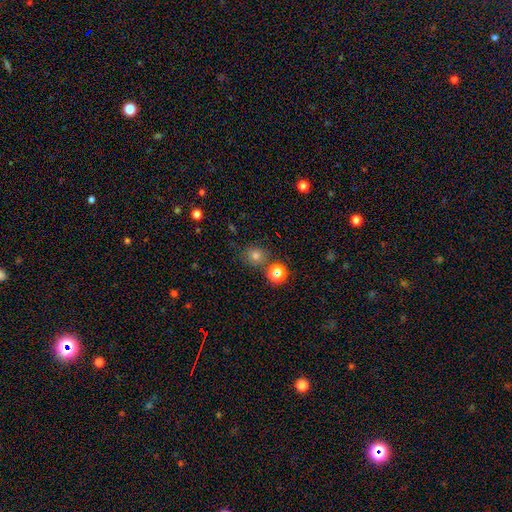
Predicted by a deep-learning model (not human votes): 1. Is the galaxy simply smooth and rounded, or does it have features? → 73% smooth, 20% star or artifact, 7% featured or disk.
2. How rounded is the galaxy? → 83% round, 16% in between, 1% cigar-shaped.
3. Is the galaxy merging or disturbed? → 76% none, 10% minor disturbance, 10% merger, 4% major disturbance.